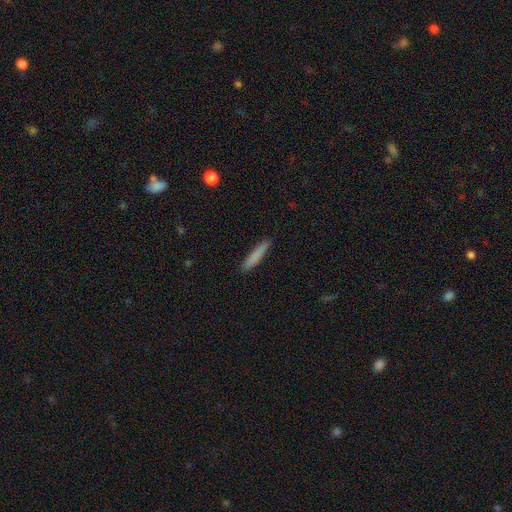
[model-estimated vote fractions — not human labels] smooth-or-featured: smooth: 83% | featured or disk: 11% | star or artifact: 6%
  how-rounded: cigar-shaped: 93% | in between: 6% | round: 1%
  merging: none: 90% | minor disturbance: 7% | major disturbance: 2% | merger: 1%